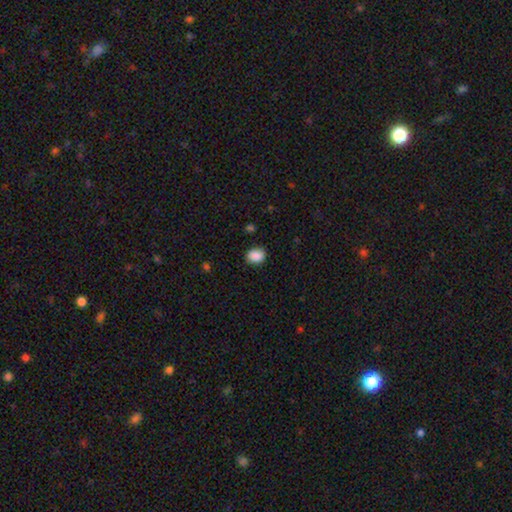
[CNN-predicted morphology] The model was most divided on "how rounded": round: 50%, in between: 49%, cigar-shaped: 1%. More confident: smooth or featured — smooth (89%); merging — none (84%).